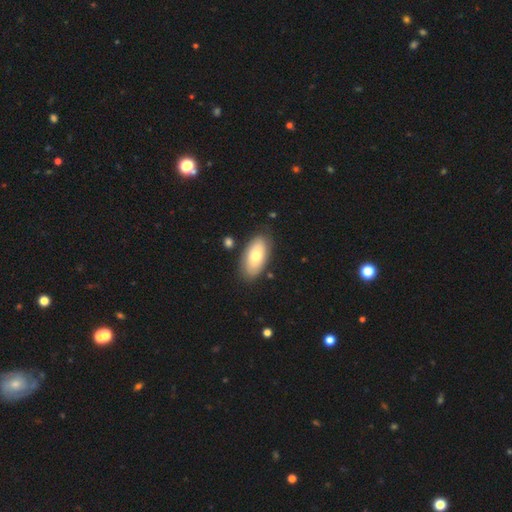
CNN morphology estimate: Q: Smooth or featured?
A: smooth (69%); runner-up: featured or disk (25%)
Q: How rounded?
A: in between (93%); runner-up: cigar-shaped (5%)
Q: Merging?
A: none (82%); runner-up: minor disturbance (13%)